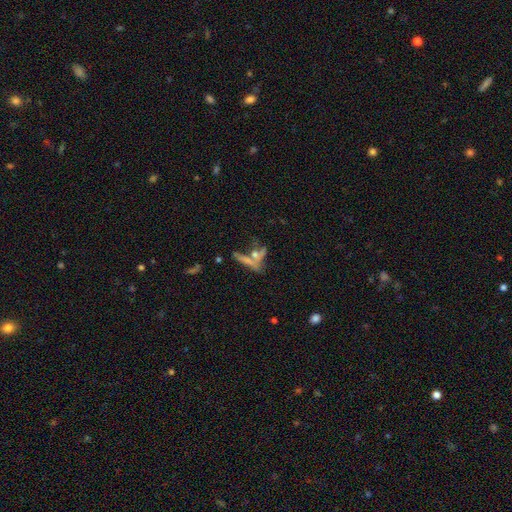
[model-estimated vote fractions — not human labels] Morphology: type=featured or disk (47%); merging=none (40%).